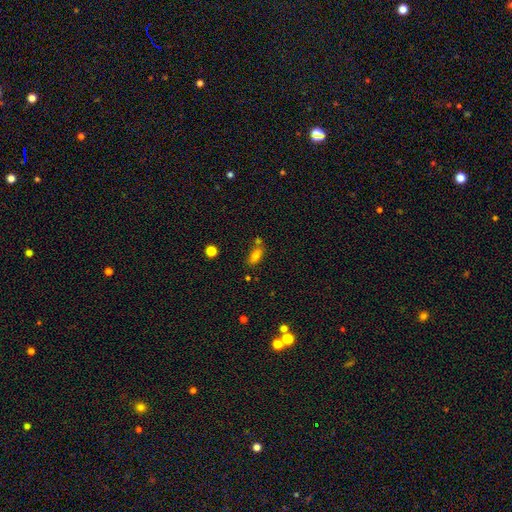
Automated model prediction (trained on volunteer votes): Smooth or featured? Predicted: smooth (p=0.76). How rounded? Predicted: in between (p=0.81). Merging? Predicted: none (p=0.60).